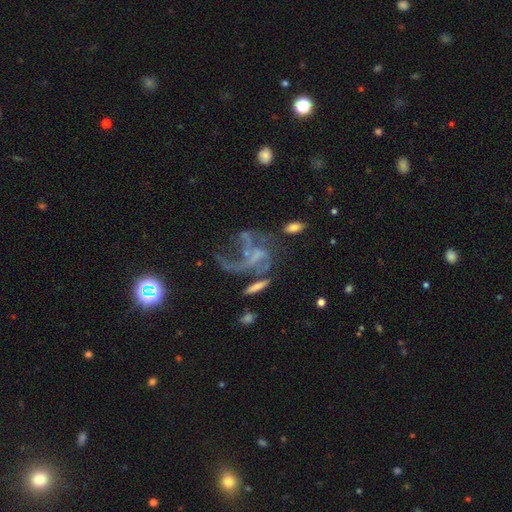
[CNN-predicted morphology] Smooth or featured: featured or disk — 67% (star or artifact — 19%)
Edge-on disk: no — 96% (yes — 4%)
Bar: no — 65% (weak — 23%)
Spiral arms: yes — 55% (no — 45%)
Bulge size: none — 65% (small — 23%)
Merging: major disturbance — 46% (none — 26%)